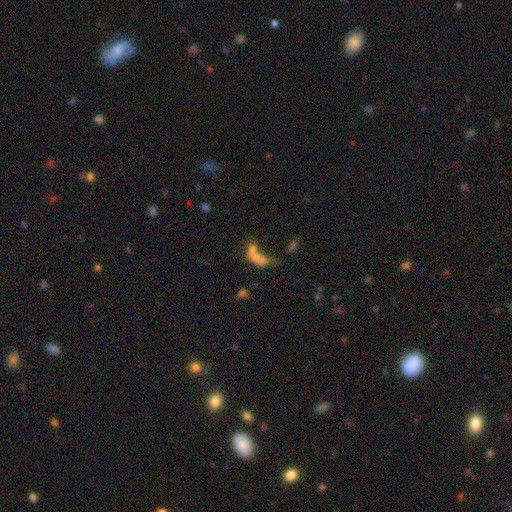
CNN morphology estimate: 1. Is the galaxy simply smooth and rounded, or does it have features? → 63% smooth, 22% featured or disk, 16% star or artifact.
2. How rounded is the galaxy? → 76% in between, 13% cigar-shaped, 10% round.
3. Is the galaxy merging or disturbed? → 54% merger, 19% none, 18% major disturbance, 9% minor disturbance.